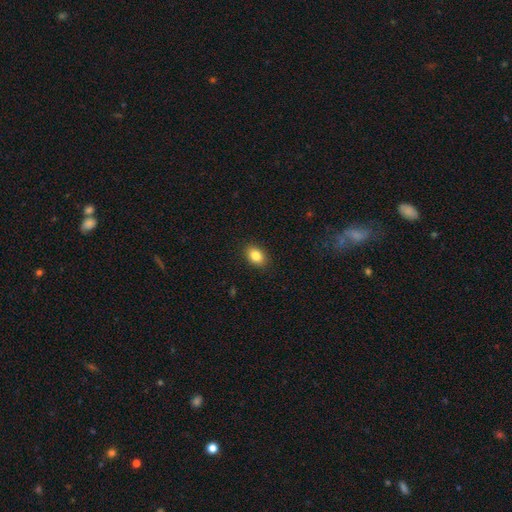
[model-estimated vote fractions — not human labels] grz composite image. It shows a smooth galaxy with no disk features (84%) that is in between round and cigar-shaped (75%). Merging: none (90%).